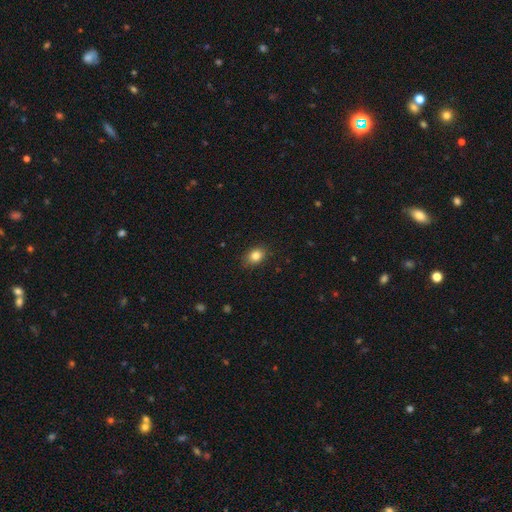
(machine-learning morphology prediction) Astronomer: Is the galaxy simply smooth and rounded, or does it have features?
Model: smooth — 84%.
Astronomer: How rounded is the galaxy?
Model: in between — 68%.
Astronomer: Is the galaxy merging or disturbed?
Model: none — 85%.